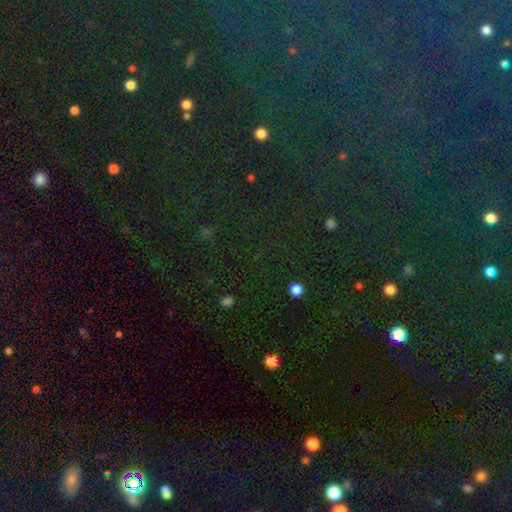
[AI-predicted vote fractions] Smooth or featured: star or artifact — 78% (smooth — 13%)